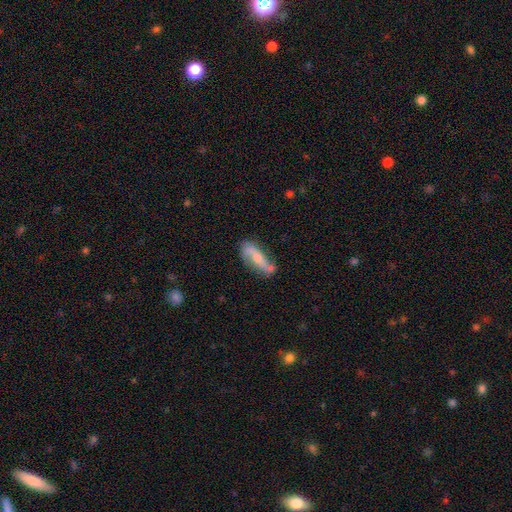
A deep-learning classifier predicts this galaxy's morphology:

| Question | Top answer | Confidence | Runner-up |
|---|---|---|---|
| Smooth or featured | featured or disk | 67% | smooth (27%) |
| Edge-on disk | no | 84% | yes (16%) |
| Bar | no | 44% | weak (32%) |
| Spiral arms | yes | 90% | no (10%) |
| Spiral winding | loose | 62% | medium (26%) |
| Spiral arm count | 2 | 88% | can't tell (6%) |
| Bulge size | moderate | 43% | tied: small (43%) |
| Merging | none | 65% | minor disturbance (22%) |